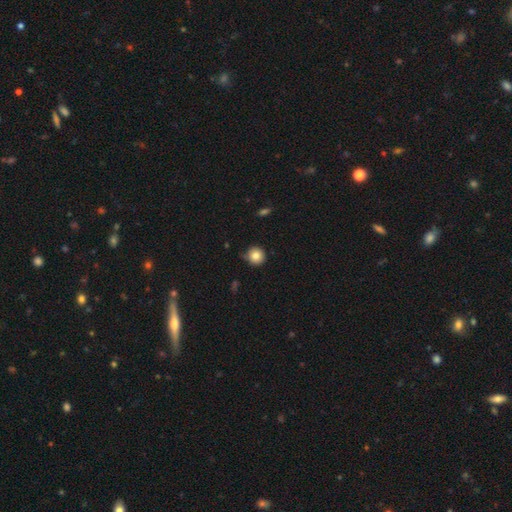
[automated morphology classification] smooth_or_featured: smooth (p=0.83) [alt: star or artifact p=0.10]
how_rounded: round (p=0.94) [alt: in between p=0.05]
merging: none (p=0.81) [alt: minor disturbance p=0.14]